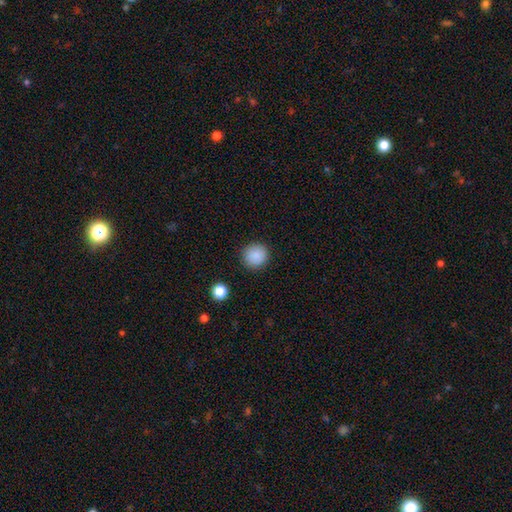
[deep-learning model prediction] A smooth galaxy with no disk features (88%) that is round (93%).

Vote fractions:
- Smooth or featured? smooth: 88% / star or artifact: 9% / featured or disk: 3%
- How rounded? round: 93% / in between: 6% / cigar-shaped: 1%
- Merging? none: 90% / minor disturbance: 7% / major disturbance: 2% / merger: 1%